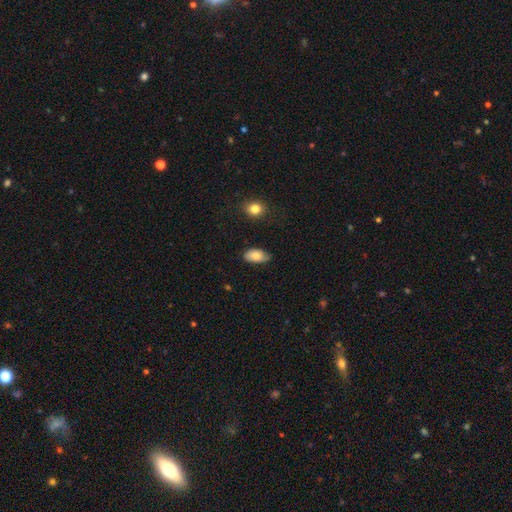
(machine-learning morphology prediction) Smooth or featured?
  - smooth: 80% *
  - featured or disk: 13%
  - star or artifact: 7%
How rounded?
  - in between: 93% *
  - round: 4%
  - cigar-shaped: 2%
Merging?
  - none: 70% *
  - minor disturbance: 25%
  - major disturbance: 4%
  - merger: 2%